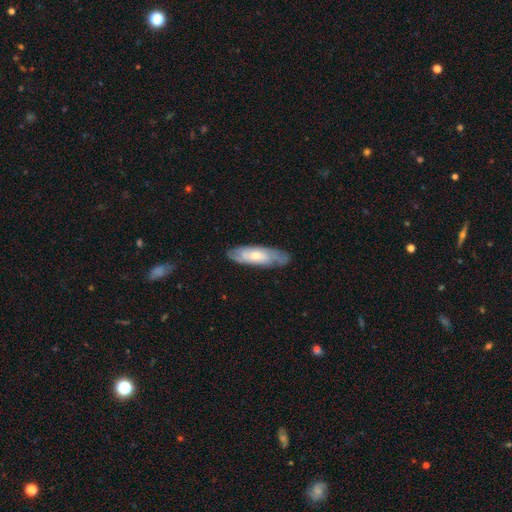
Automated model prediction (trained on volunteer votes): Overall: featured or disk (61%; smooth 34%). Edge-on disk: no (77%). Merging: none (76%).